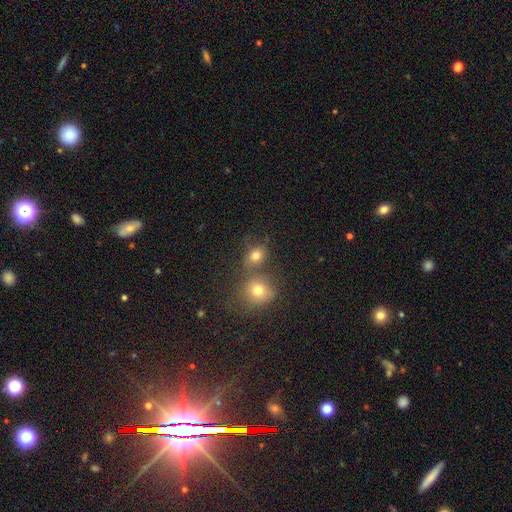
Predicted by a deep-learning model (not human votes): Smooth or featured: smooth — 75% (star or artifact — 15%)
How rounded: round — 62% (in between — 37%)
Merging: none — 51% (merger — 33%)